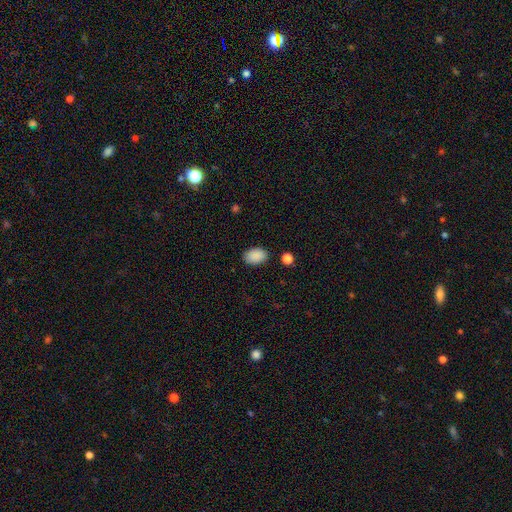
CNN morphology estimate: The model was most divided on "merging": none: 86%, minor disturbance: 10%, major disturbance: 3%, merger: 2%. More confident: smooth or featured — smooth (89%); how rounded — in between (88%).